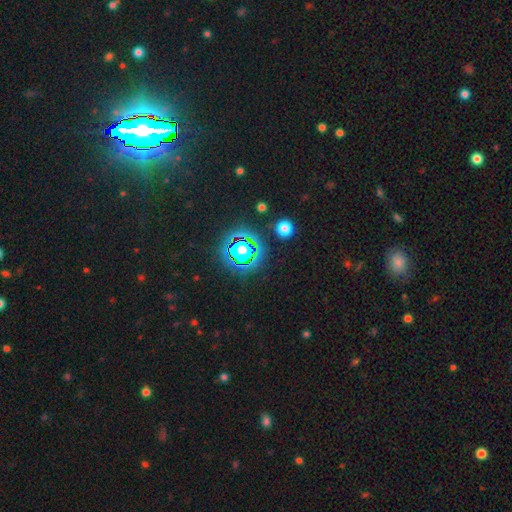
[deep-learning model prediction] Morphology: type=star or artifact (82%).